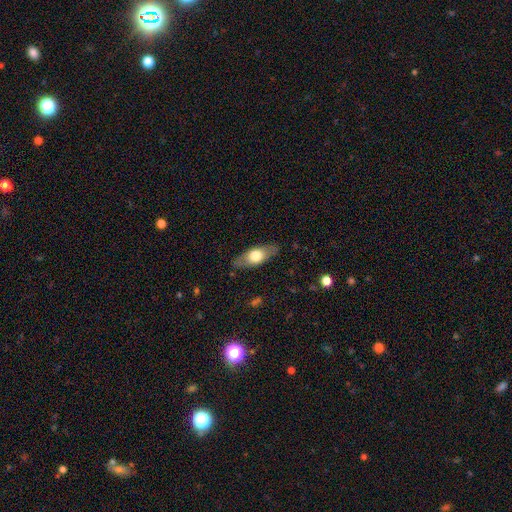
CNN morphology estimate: Smooth or featured: smooth — 57% (featured or disk — 37%)
How rounded: in between — 75% (cigar-shaped — 21%)
Merging: none — 83% (minor disturbance — 13%)